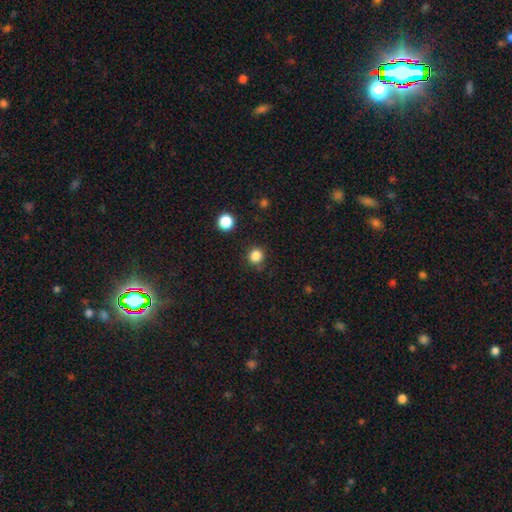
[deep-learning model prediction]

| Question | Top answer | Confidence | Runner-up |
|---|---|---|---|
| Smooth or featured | smooth | 84% | star or artifact (12%) |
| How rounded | round | 91% | in between (8%) |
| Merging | none | 84% | minor disturbance (10%) |